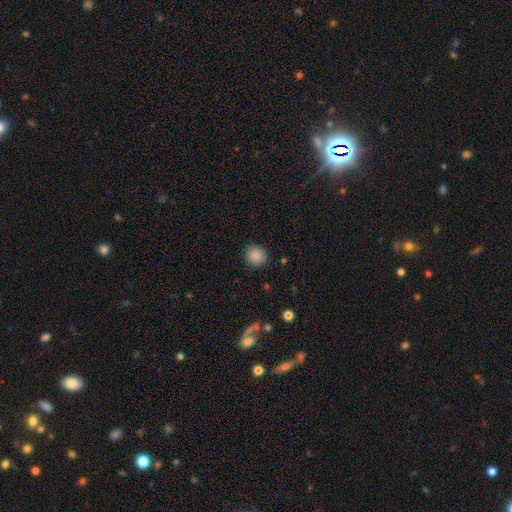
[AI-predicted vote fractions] A smooth galaxy with no disk features (87%) that is round (90%).

Vote fractions:
- Smooth or featured? smooth: 87% / star or artifact: 9% / featured or disk: 3%
- How rounded? round: 90% / in between: 9% / cigar-shaped: 1%
- Merging? none: 90% / minor disturbance: 7% / major disturbance: 2% / merger: 1%